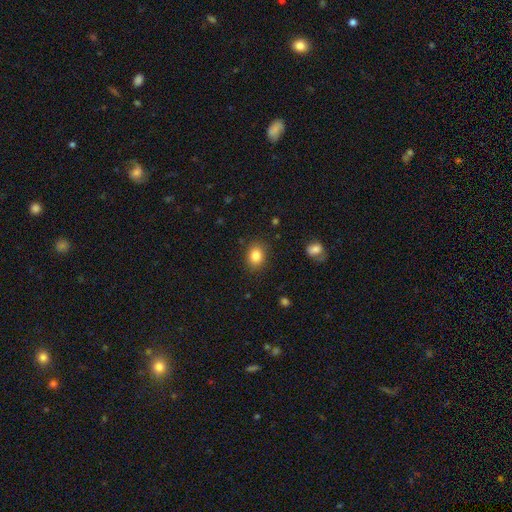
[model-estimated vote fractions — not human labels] A smooth galaxy with no disk features (84%) that is in between round and cigar-shaped (52%).

Vote fractions:
- Smooth or featured? smooth: 84% / star or artifact: 10% / featured or disk: 6%
- How rounded? in between: 52% / round: 47% / cigar-shaped: 1%
- Merging? none: 86% / minor disturbance: 10% / major disturbance: 3% / merger: 1%